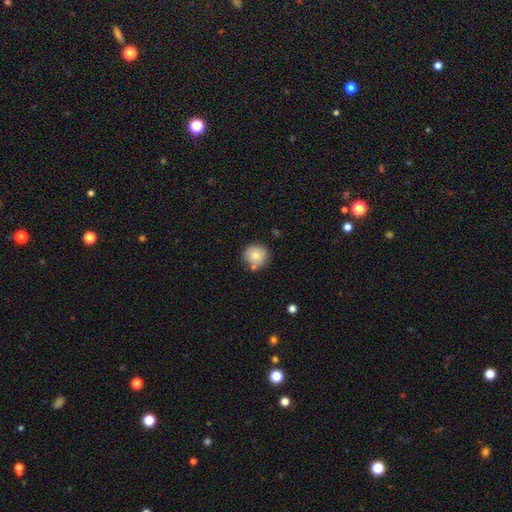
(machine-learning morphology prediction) Smooth or featured? Predicted: smooth (p=0.77). How rounded? Predicted: round (p=0.90). Merging? Predicted: none (p=0.73).